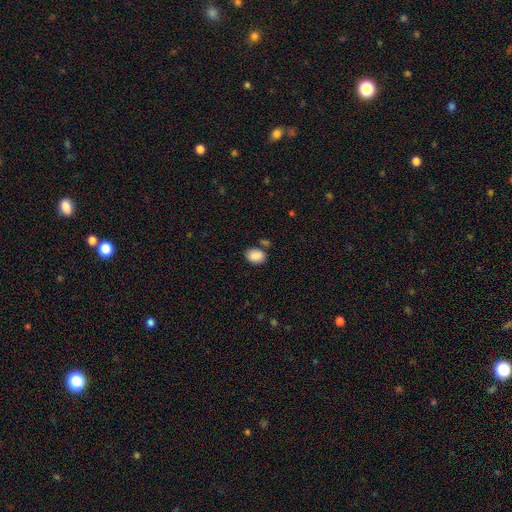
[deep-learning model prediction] smooth 88%, star or artifact 8%, featured or disk 4%. Down the decision tree: how rounded — in between (73%); merging — none (73%).